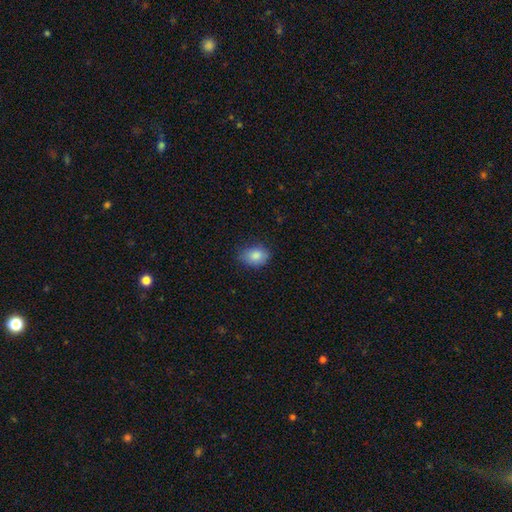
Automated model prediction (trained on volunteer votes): smooth-or-featured: smooth: 86% | star or artifact: 8% | featured or disk: 6%
  how-rounded: in between: 70% | round: 29% | cigar-shaped: 1%
  merging: none: 76% | minor disturbance: 20% | major disturbance: 4% | merger: 1%